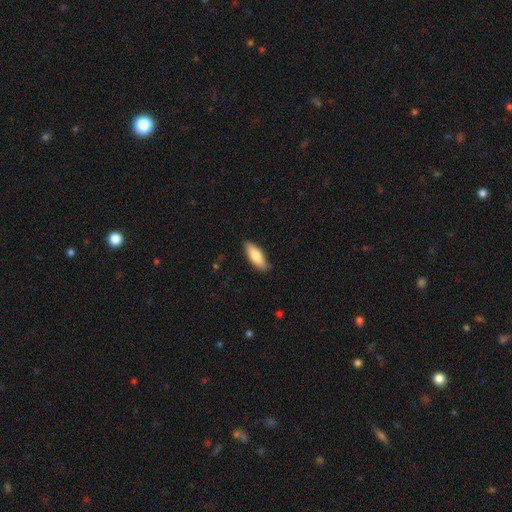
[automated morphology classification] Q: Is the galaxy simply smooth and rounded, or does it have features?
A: smooth — 80%.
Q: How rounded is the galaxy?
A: in between — 67%.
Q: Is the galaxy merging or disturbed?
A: none — 84%.